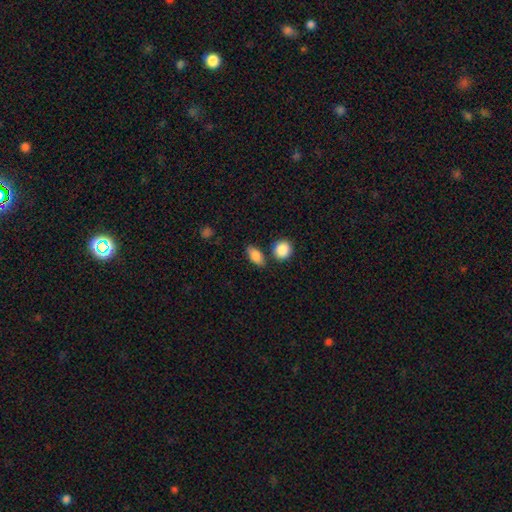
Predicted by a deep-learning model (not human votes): The model was most divided on "merging": none: 72%, minor disturbance: 14%, merger: 10%, major disturbance: 4%. More confident: smooth or featured — smooth (85%); how rounded — in between (83%).